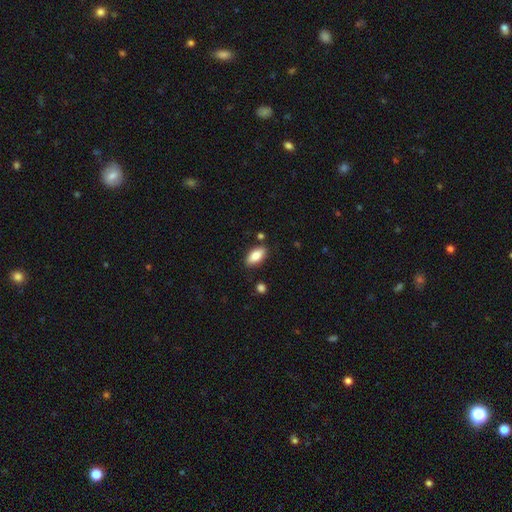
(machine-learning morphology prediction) smooth 83%, featured or disk 10%, star or artifact 7%. Down the decision tree: how rounded — in between (90%); merging — none (84%).